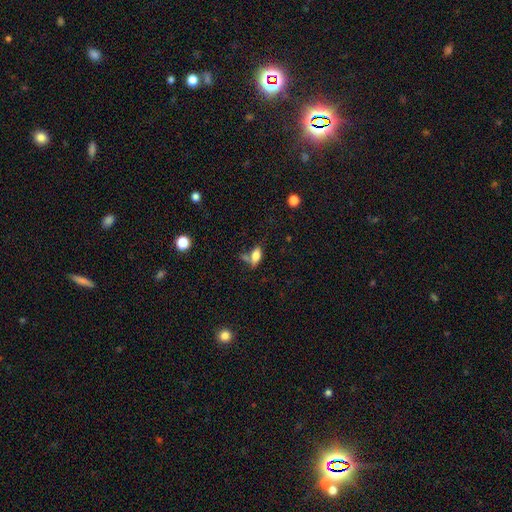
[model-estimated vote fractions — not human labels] Smooth or featured: smooth — 77% (featured or disk — 14%)
How rounded: in between — 84% (cigar-shaped — 12%)
Merging: none — 49% (merger — 23%)